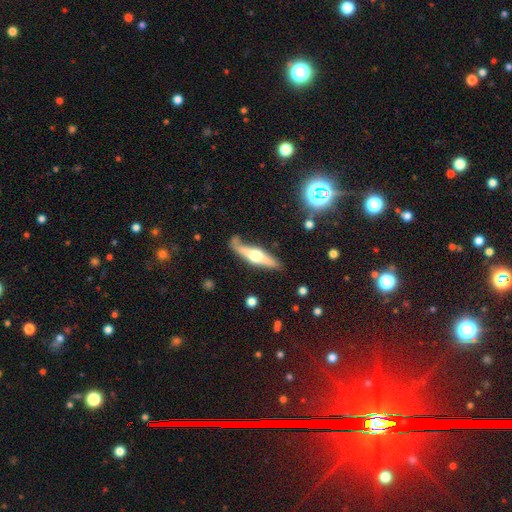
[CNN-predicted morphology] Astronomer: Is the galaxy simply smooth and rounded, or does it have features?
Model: featured or disk — 68%.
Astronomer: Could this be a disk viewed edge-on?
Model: yes — 94%.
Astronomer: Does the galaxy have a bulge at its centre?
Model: rounded — 94%.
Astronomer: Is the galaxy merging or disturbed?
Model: none — 75%.